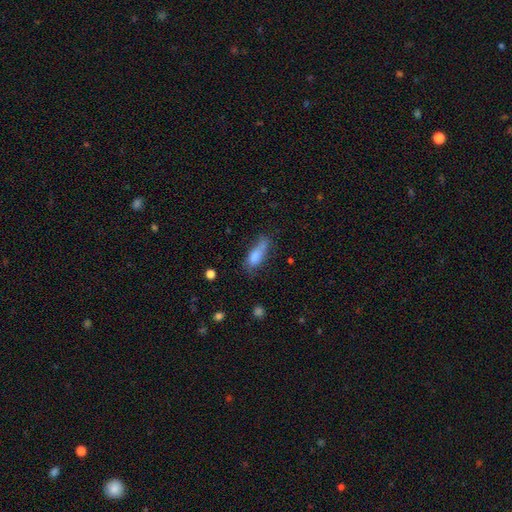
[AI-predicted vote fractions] The model was most divided on "merging": none: 38%, minor disturbance: 31%, major disturbance: 19%, merger: 12%. More confident: smooth or featured — smooth (78%); how rounded — in between (68%).